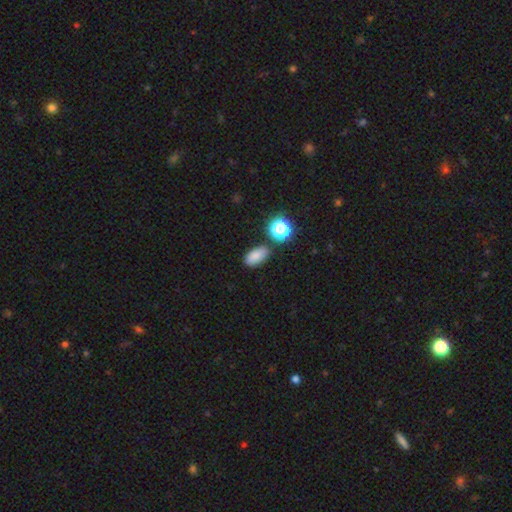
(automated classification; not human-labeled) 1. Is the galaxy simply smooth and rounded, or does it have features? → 79% smooth, 14% star or artifact, 7% featured or disk.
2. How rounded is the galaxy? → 87% in between, 10% round, 3% cigar-shaped.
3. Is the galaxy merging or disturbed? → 80% none, 12% minor disturbance, 5% merger, 3% major disturbance.